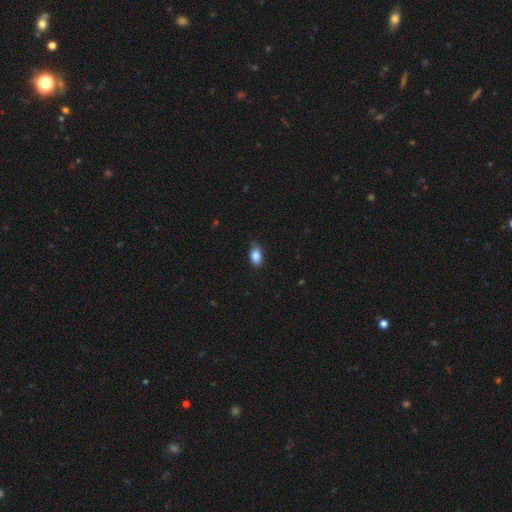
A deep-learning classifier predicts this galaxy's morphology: This appears to be a smooth galaxy with no disk features (87%) that is in between round and cigar-shaped (88%). Merging: none (77%).